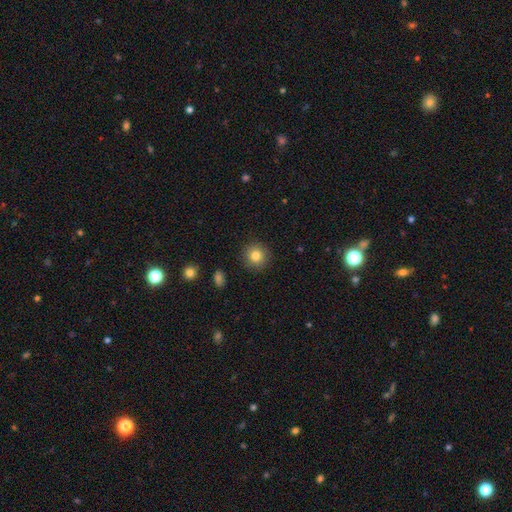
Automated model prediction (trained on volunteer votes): Morphology: type=smooth (82%); roundness=round (93%); merging=none (91%).